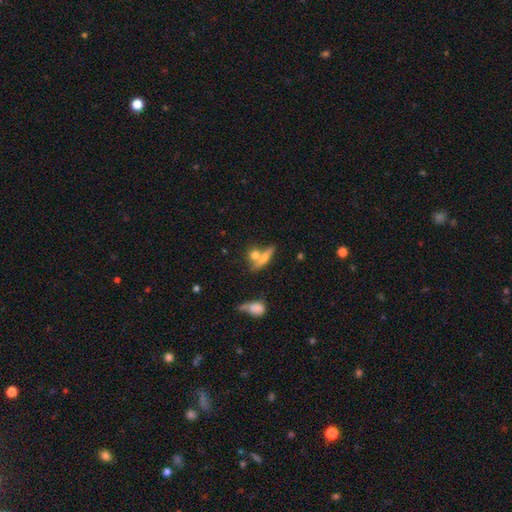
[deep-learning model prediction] smooth-or-featured: smooth: 61% | featured or disk: 28% | star or artifact: 11%
  how-rounded: round: 35% | in between: 34% | cigar-shaped: 31%
  merging: none: 46% | merger: 39% | minor disturbance: 10% | major disturbance: 5%